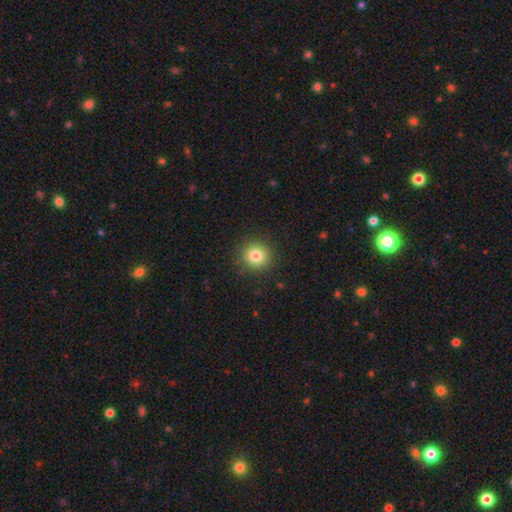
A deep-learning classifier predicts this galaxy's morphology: Smooth or featured?
  - smooth: 81% *
  - star or artifact: 12%
  - featured or disk: 7%
How rounded?
  - round: 93% *
  - in between: 6%
  - cigar-shaped: 1%
Merging?
  - none: 90% *
  - minor disturbance: 6%
  - major disturbance: 2%
  - merger: 1%